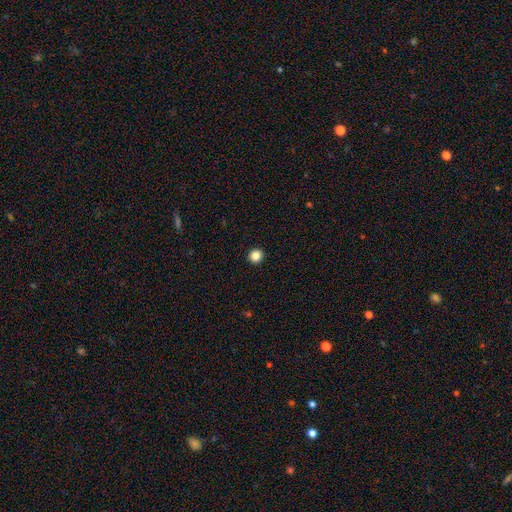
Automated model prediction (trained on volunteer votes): Morphology: type=smooth (86%); roundness=round (93%); merging=none (94%).